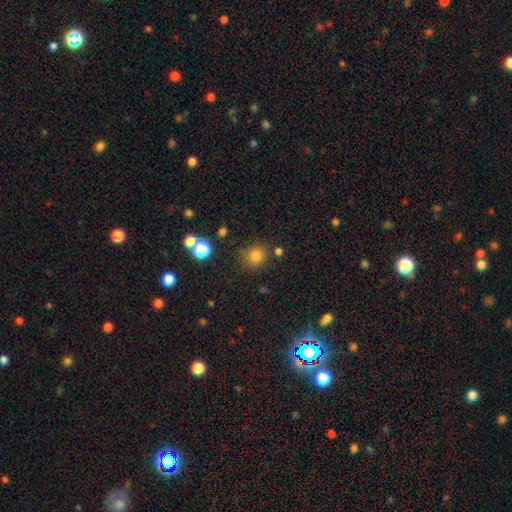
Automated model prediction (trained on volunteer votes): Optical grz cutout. It shows a smooth galaxy with no disk features (78%) that is round (86%). Merging: none (80%).